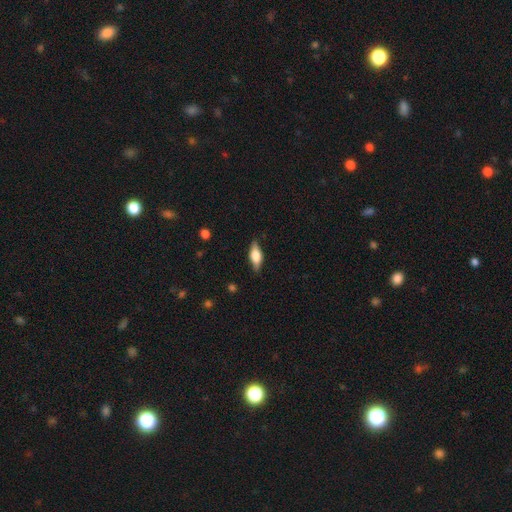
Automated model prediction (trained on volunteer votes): A smooth galaxy with no disk features (58%) that is in between round and cigar-shaped (72%). Merging: none (82%).